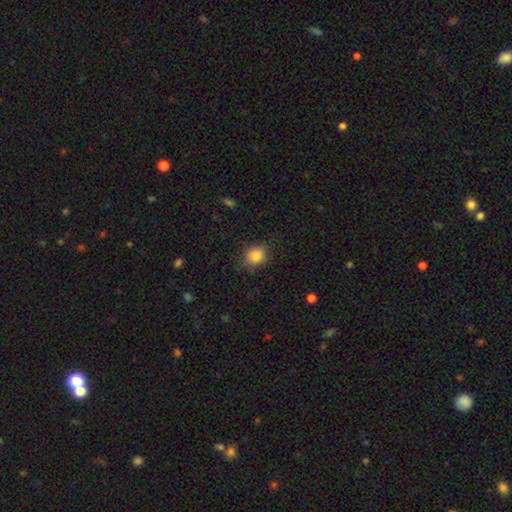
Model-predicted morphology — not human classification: Smooth or featured? smooth (83%)
How rounded? round (61%)
Merging? none (76%)